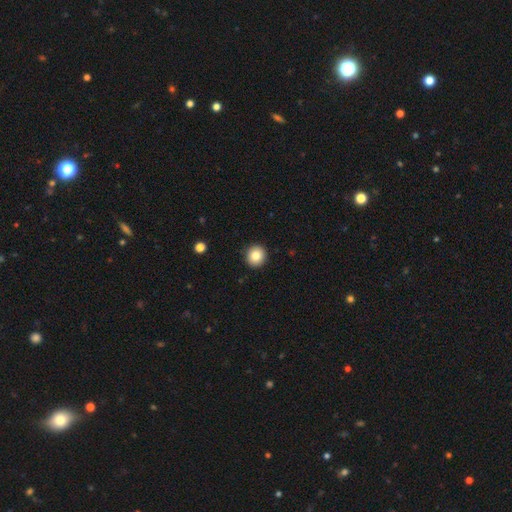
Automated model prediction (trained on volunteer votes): The model was most divided on "smooth or featured": smooth: 83%, star or artifact: 9%, featured or disk: 8%. More confident: merging — none (93%); how rounded — round (92%).